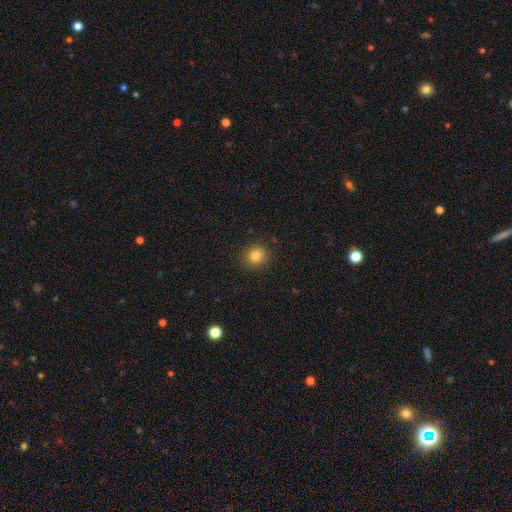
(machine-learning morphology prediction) A smooth galaxy with no disk features (83%) that is round (86%).

Vote fractions:
- Smooth or featured? smooth: 83% / star or artifact: 12% / featured or disk: 5%
- How rounded? round: 86% / in between: 13% / cigar-shaped: 1%
- Merging? none: 90% / minor disturbance: 7% / major disturbance: 2% / merger: 1%